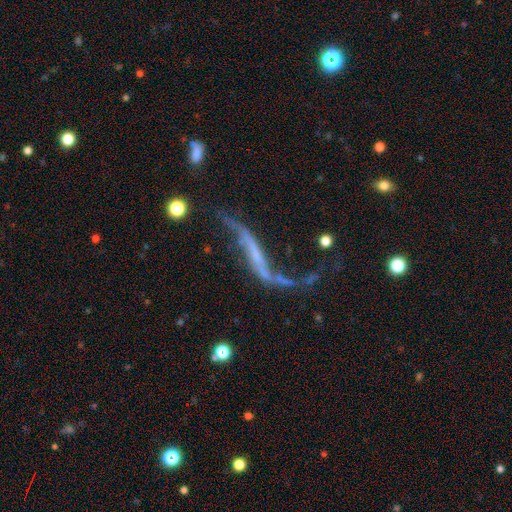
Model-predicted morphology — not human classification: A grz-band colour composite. It shows a featured or disk galaxy (80%) with no bar (38%), spiral arms (83%) and no central bulge (53%). Merging: none (45%).